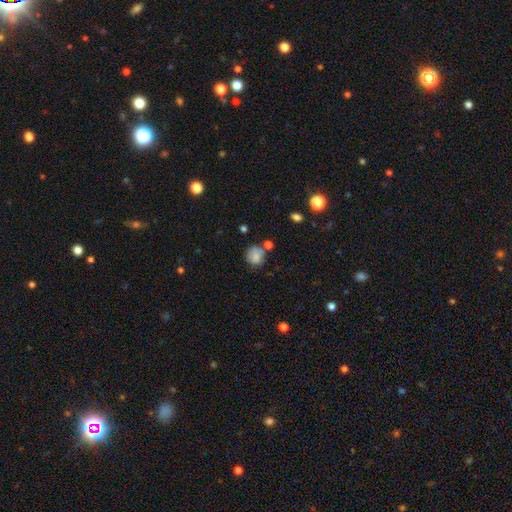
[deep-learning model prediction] The model was most divided on "merging": none: 60%, minor disturbance: 21%, merger: 12%, major disturbance: 7%. More confident: how rounded — round (79%); smooth or featured — smooth (73%).